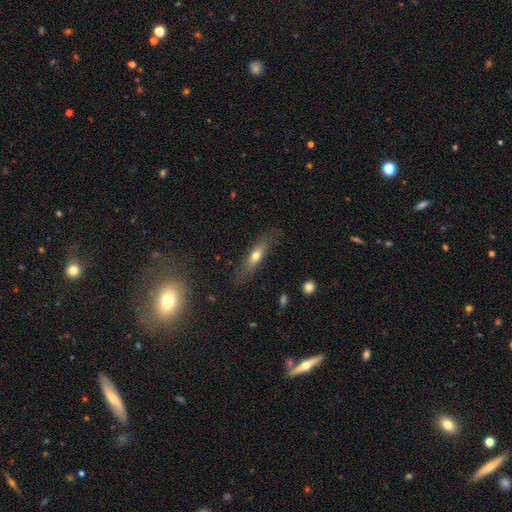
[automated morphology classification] smooth_or_featured: smooth (p=0.57) [alt: featured or disk p=0.36]
how_rounded: cigar-shaped (p=0.67) [alt: in between p=0.30]
merging: none (p=0.75) [alt: minor disturbance p=0.17]